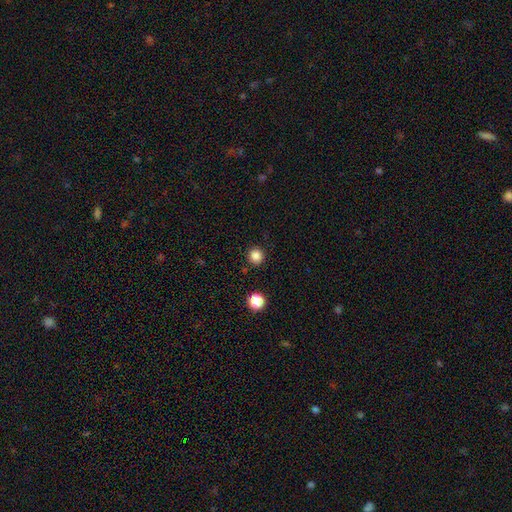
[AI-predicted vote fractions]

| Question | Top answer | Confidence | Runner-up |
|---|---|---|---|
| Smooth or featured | smooth | 84% | star or artifact (13%) |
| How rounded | round | 94% | in between (5%) |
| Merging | none | 90% | minor disturbance (6%) |